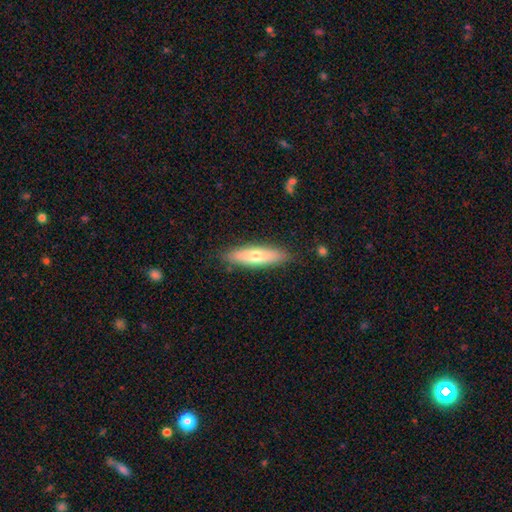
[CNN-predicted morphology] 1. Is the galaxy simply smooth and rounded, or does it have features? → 60% smooth, 34% featured or disk, 6% star or artifact.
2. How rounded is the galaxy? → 72% cigar-shaped, 27% in between, 2% round.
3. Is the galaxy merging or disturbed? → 87% none, 10% minor disturbance, 2% major disturbance, 1% merger.